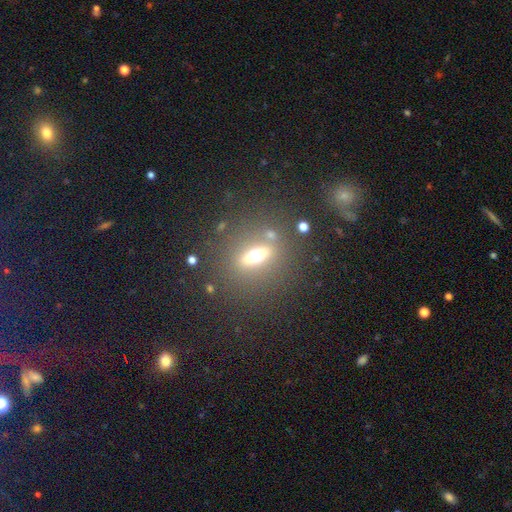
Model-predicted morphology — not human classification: This appears to be a smooth galaxy with no disk features (47%). Merging: none (73%).